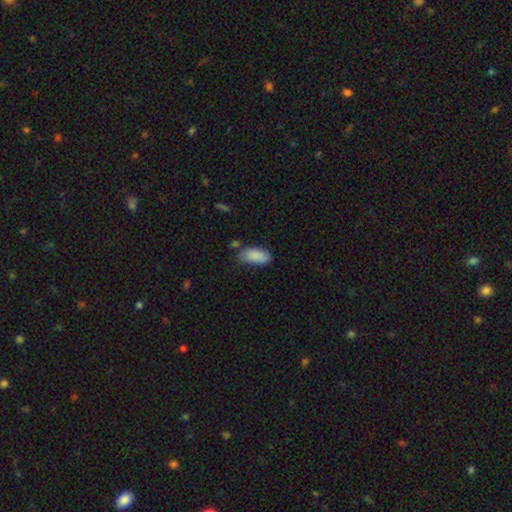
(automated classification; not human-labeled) Smooth or featured?
  - smooth: 86% *
  - featured or disk: 7%
  - star or artifact: 6%
How rounded?
  - in between: 90% *
  - cigar-shaped: 7%
  - round: 2%
Merging?
  - none: 60% *
  - minor disturbance: 28%
  - major disturbance: 6%
  - merger: 6%